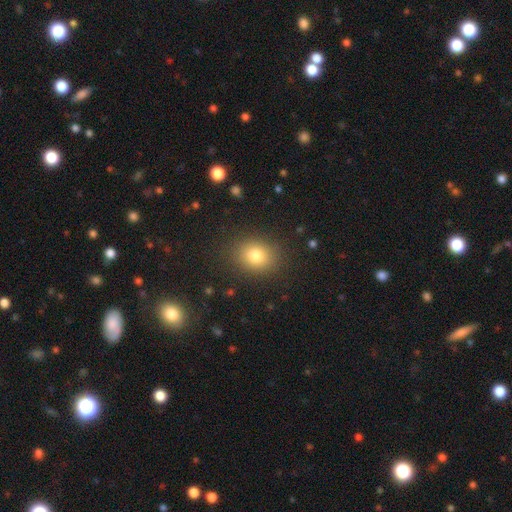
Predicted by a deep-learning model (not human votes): Smooth or featured? Predicted: smooth (p=0.79). How rounded? Predicted: round (p=0.61). Merging? Predicted: none (p=0.87).